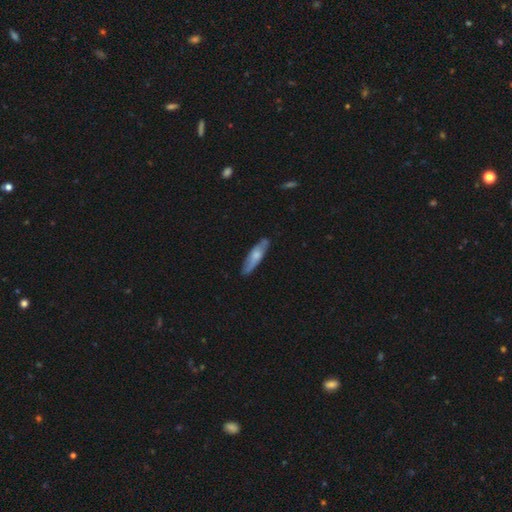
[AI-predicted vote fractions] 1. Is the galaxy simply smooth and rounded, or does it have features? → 54% smooth, 41% featured or disk, 5% star or artifact.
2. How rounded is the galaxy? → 69% cigar-shaped, 29% in between, 2% round.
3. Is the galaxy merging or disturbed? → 83% none, 13% minor disturbance, 2% major disturbance, 1% merger.